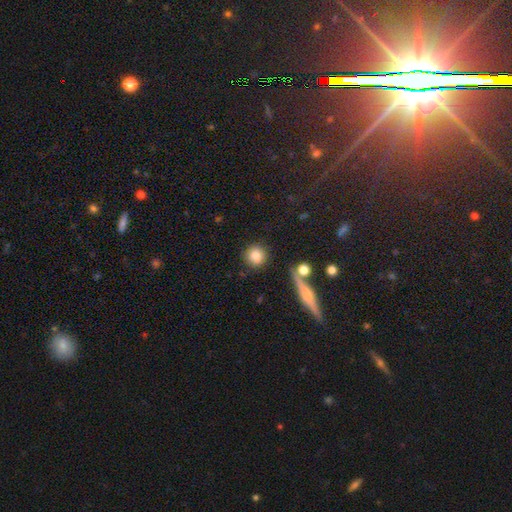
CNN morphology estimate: Overall: smooth (83%). How rounded: round (91%). Merging: none (83%).